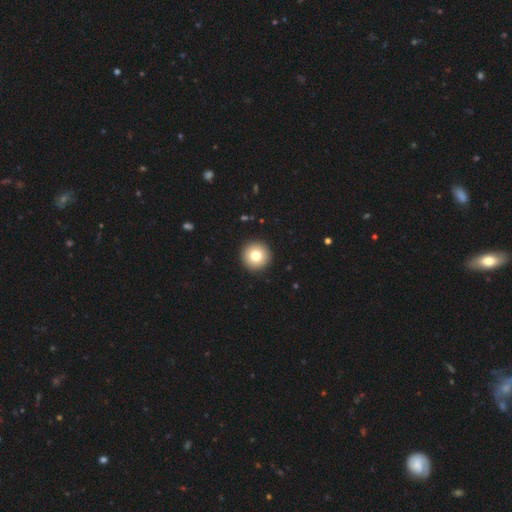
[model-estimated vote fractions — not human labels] Morphology: type=smooth (77%); roundness=round (97%); merging=none (94%).